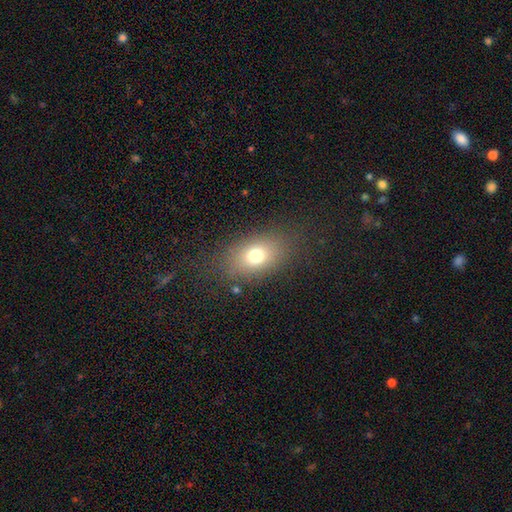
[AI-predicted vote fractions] smooth_or_featured: smooth (p=0.72) [alt: featured or disk p=0.14]
how_rounded: in between (p=0.76) [alt: round p=0.22]
merging: none (p=0.79) [alt: minor disturbance p=0.12]